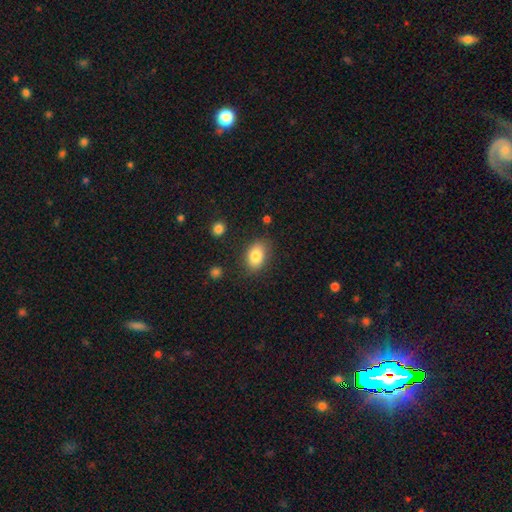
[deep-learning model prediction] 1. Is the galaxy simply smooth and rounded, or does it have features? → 83% smooth, 9% featured or disk, 8% star or artifact.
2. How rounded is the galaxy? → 81% in between, 18% round, 1% cigar-shaped.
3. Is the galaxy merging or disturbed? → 81% none, 14% minor disturbance, 4% major disturbance, 2% merger.